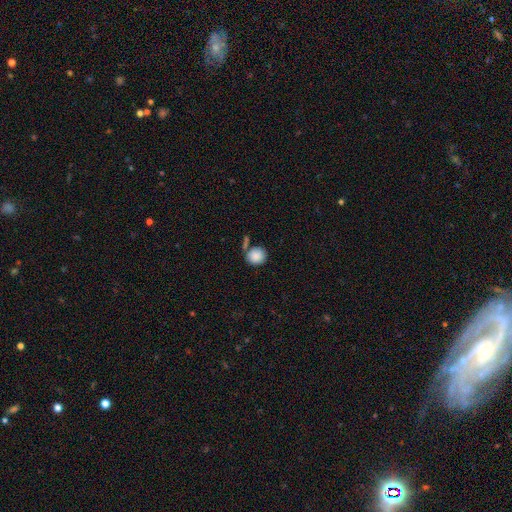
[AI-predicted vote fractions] Morphology: type=smooth (87%); roundness=round (87%); merging=none (68%).